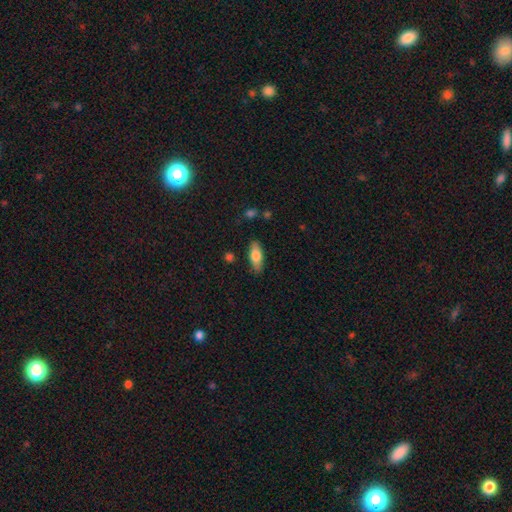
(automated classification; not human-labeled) smooth_or_featured: smooth (p=0.74) [alt: featured or disk p=0.20]
how_rounded: in between (p=0.72) [alt: cigar-shaped p=0.26]
merging: none (p=0.84) [alt: minor disturbance p=0.12]